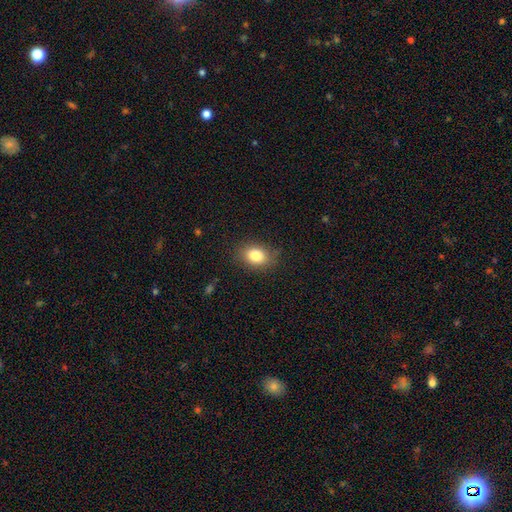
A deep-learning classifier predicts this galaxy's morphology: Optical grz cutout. It shows a smooth galaxy with no disk features (83%) that is in between round and cigar-shaped (72%). Merging: none (83%).